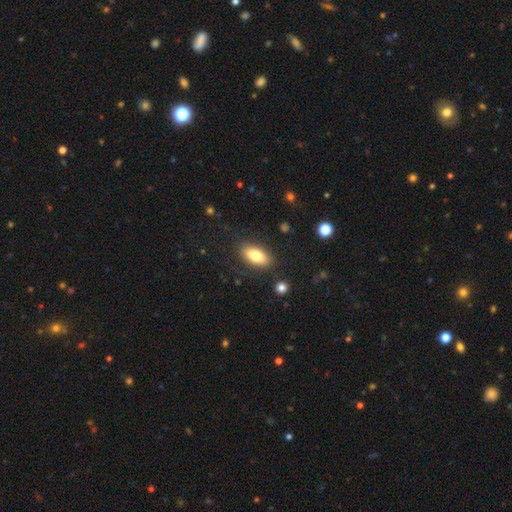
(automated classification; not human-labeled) A smooth galaxy with no disk features (77%) that is in between round and cigar-shaped (88%).

Vote fractions:
- Smooth or featured? smooth: 77% / featured or disk: 16% / star or artifact: 7%
- How rounded? in between: 88% / cigar-shaped: 8% / round: 4%
- Merging? none: 84% / minor disturbance: 11% / major disturbance: 3% / merger: 2%